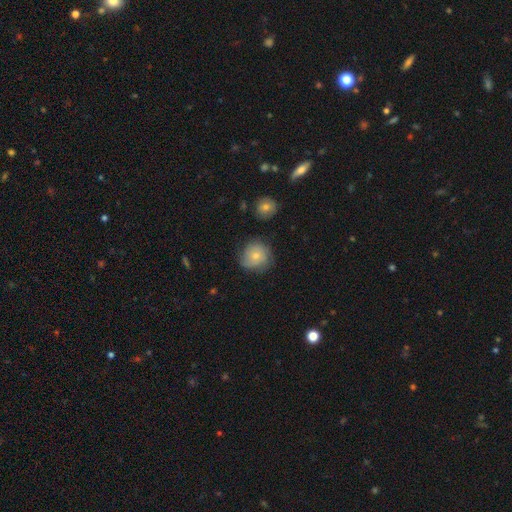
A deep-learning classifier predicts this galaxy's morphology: Q: Smooth or featured?
A: smooth (69%); runner-up: featured or disk (23%)
Q: How rounded?
A: round (88%); runner-up: in between (11%)
Q: Merging?
A: none (70%); runner-up: minor disturbance (22%)